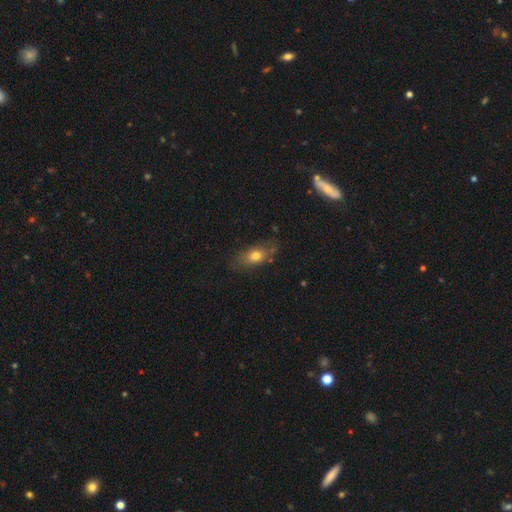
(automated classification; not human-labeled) Smooth or featured: smooth — 72% (featured or disk — 19%)
How rounded: in between — 79% (cigar-shaped — 10%)
Merging: none — 68% (minor disturbance — 21%)